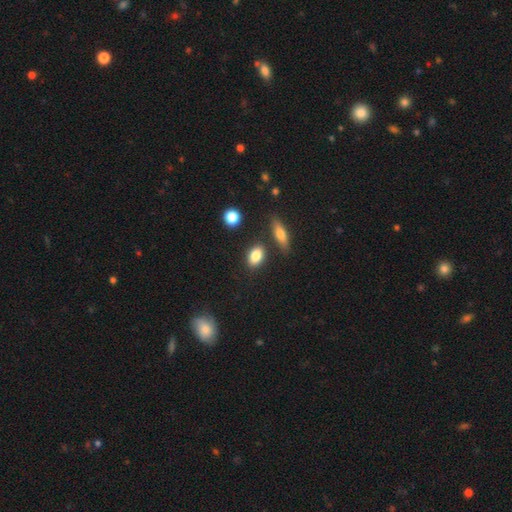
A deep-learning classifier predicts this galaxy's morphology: smooth_or_featured: smooth (p=0.84) [alt: star or artifact p=0.08]
how_rounded: in between (p=0.79) [alt: round p=0.17]
merging: none (p=0.80) [alt: minor disturbance p=0.11]